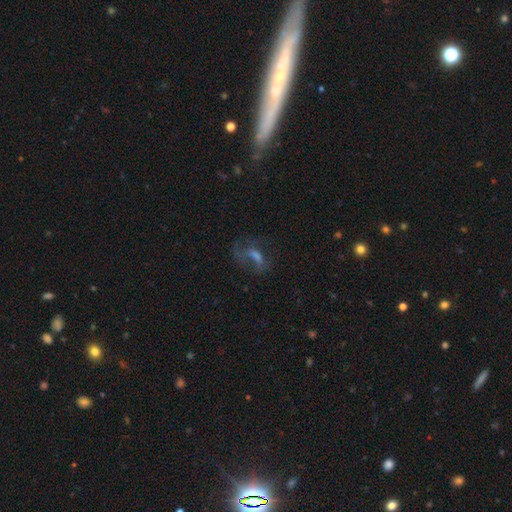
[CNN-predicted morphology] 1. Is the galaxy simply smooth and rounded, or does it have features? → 48% featured or disk, 28% smooth, 24% star or artifact.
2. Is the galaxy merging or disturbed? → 49% none, 30% major disturbance, 18% minor disturbance, 4% merger.